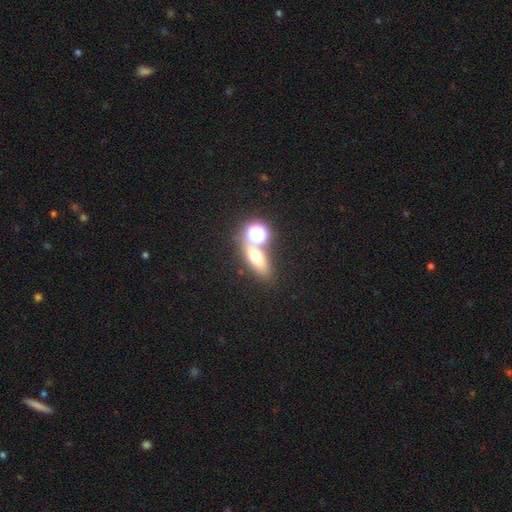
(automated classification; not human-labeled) smooth_or_featured: smooth (p=0.54) [alt: star or artifact p=0.27]
how_rounded: in between (p=0.51) [alt: round p=0.33]
merging: none (p=0.59) [alt: merger p=0.26]